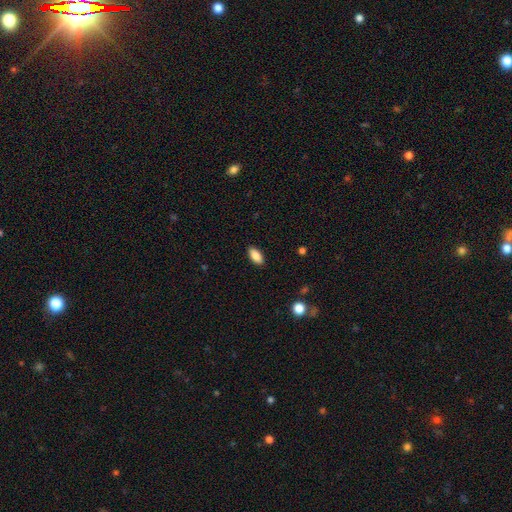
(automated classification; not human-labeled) A smooth galaxy with no disk features (88%) that is in between round and cigar-shaped (90%).

Vote fractions:
- Smooth or featured? smooth: 88% / star or artifact: 7% / featured or disk: 5%
- How rounded? in between: 90% / cigar-shaped: 7% / round: 2%
- Merging? none: 89% / minor disturbance: 8% / major disturbance: 2% / merger: 1%